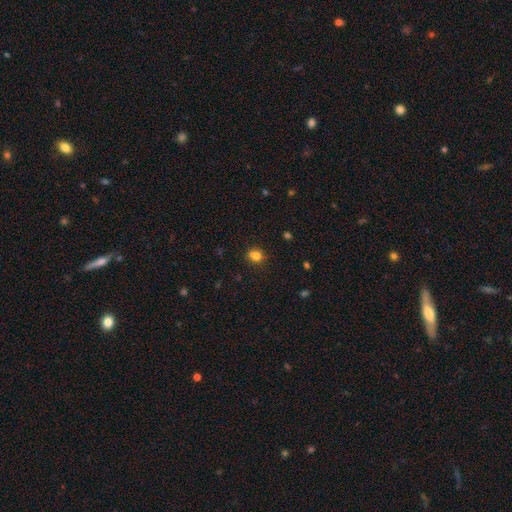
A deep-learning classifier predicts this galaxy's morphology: Smooth or featured? Predicted: smooth (p=0.75). How rounded? Predicted: round (p=0.64). Merging? Predicted: none (p=0.55).